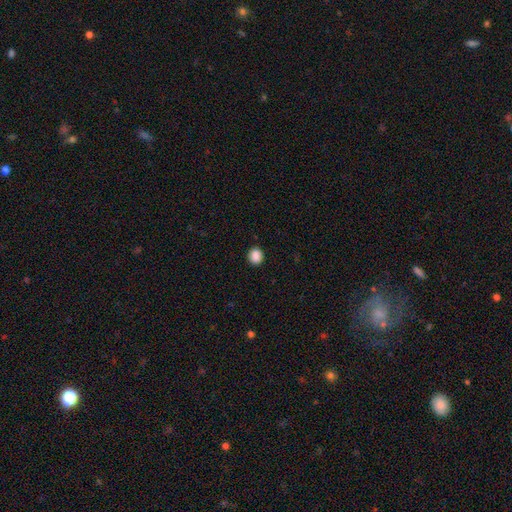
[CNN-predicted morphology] The model was most divided on "how rounded": round: 80%, in between: 19%, cigar-shaped: 1%. More confident: merging — none (91%); smooth or featured — smooth (88%).